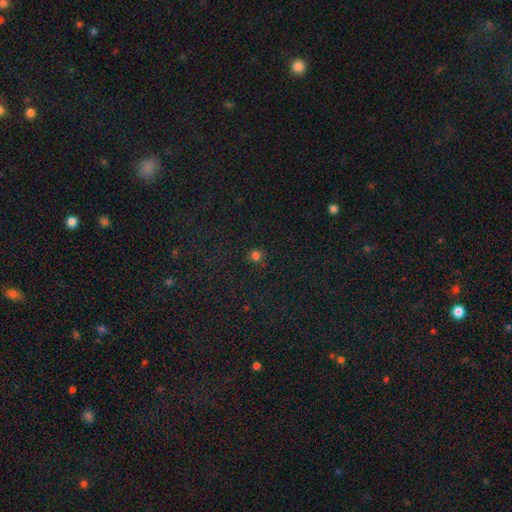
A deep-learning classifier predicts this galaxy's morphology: smooth_or_featured: smooth (p=0.76) [alt: star or artifact p=0.20]
how_rounded: round (p=0.93) [alt: in between p=0.06]
merging: none (p=0.89) [alt: minor disturbance p=0.07]